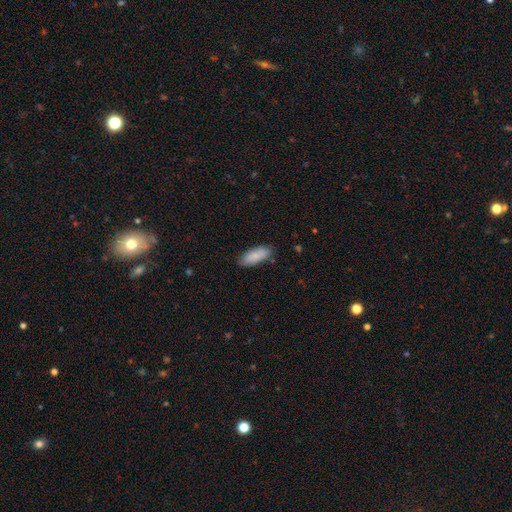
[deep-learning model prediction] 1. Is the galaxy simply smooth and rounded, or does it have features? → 86% smooth, 8% featured or disk, 6% star or artifact.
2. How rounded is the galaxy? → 79% in between, 19% cigar-shaped, 2% round.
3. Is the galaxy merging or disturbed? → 83% none, 13% minor disturbance, 2% major disturbance, 1% merger.